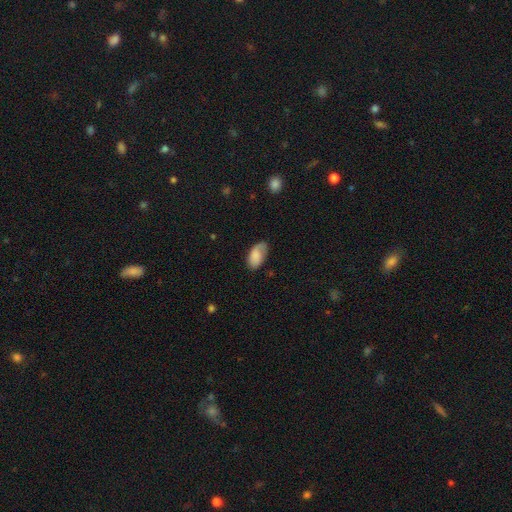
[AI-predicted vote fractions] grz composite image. It shows a smooth galaxy with no disk features (80%) that is in between round and cigar-shaped (94%). Merging: none (63%).